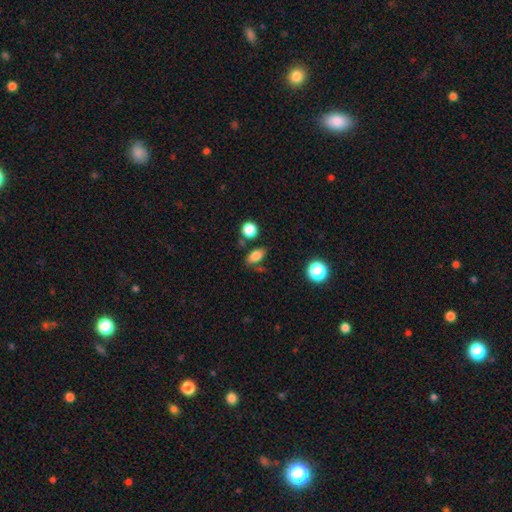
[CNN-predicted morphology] Overall: smooth (81%). How rounded: in between (83%). Merging: none (71%).